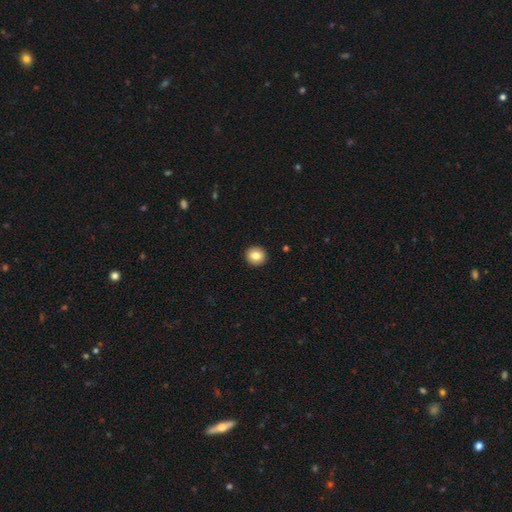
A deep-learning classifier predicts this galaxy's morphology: smooth-or-featured: smooth: 83% | star or artifact: 8% | featured or disk: 8%
  how-rounded: round: 90% | in between: 9% | cigar-shaped: 1%
  merging: none: 93% | minor disturbance: 5% | major disturbance: 1% | merger: 1%